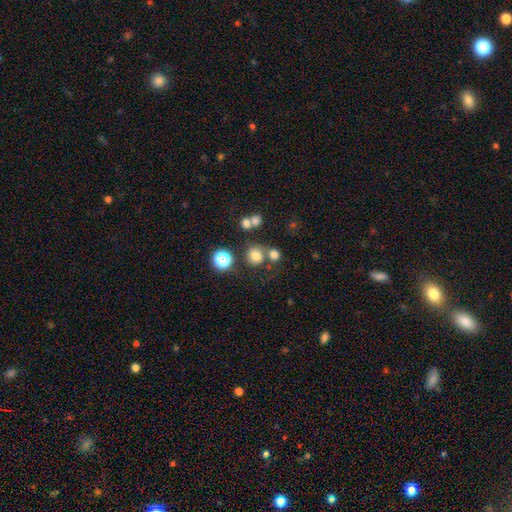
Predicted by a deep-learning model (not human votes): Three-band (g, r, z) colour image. It shows a smooth galaxy with no disk features (72%) that is round (85%). Merging: none (63%).